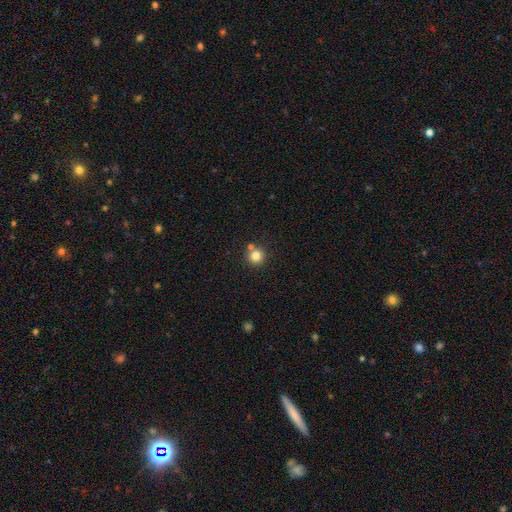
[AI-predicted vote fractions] This appears to be a smooth galaxy with no disk features (81%) that is round (93%). Merging: none (73%).